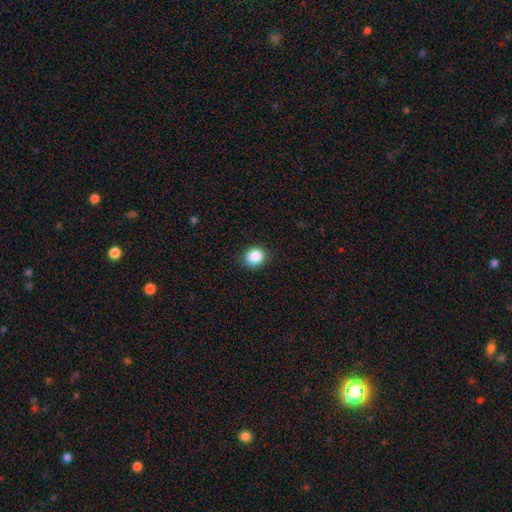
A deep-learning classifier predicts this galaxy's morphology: A smooth galaxy with no disk features (87%) that is round (81%).

Vote fractions:
- Smooth or featured? smooth: 87% / star or artifact: 9% / featured or disk: 4%
- How rounded? round: 81% / in between: 18% / cigar-shaped: 1%
- Merging? none: 88% / minor disturbance: 9% / major disturbance: 2% / merger: 1%